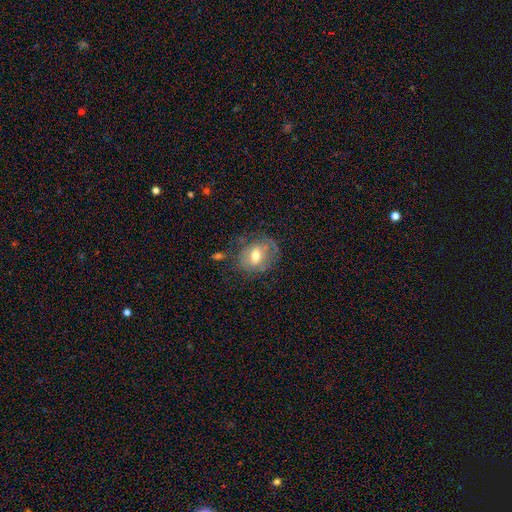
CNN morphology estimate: smooth 46%, featured or disk 45%, star or artifact 9%. Down the decision tree: merging — none (59%).